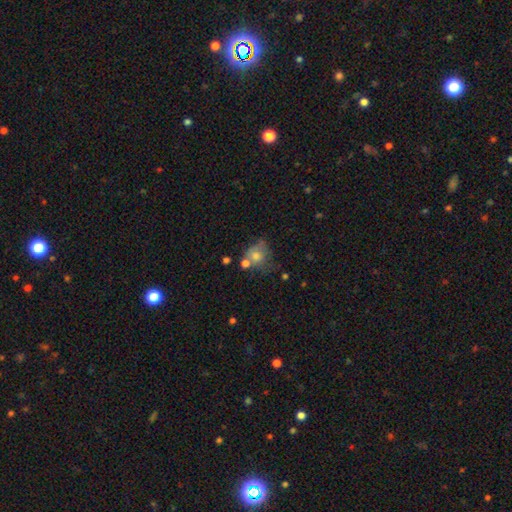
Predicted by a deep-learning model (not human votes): This appears to be a smooth galaxy with no disk features (64%) that is round (68%). Merging: none (37%).